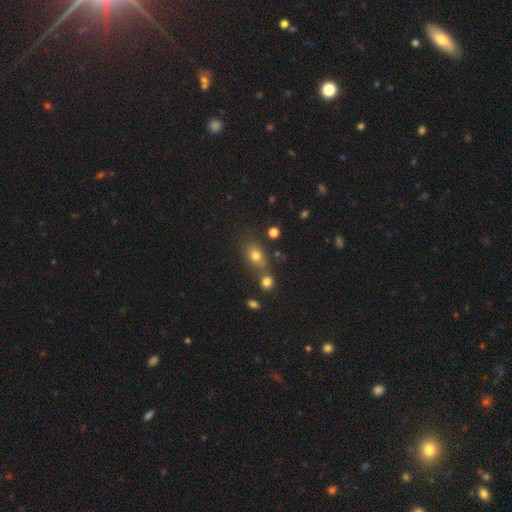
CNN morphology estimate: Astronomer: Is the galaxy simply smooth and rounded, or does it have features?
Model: smooth — 73%.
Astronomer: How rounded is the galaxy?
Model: in between — 64%.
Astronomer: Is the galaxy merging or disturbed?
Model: none — 55%.